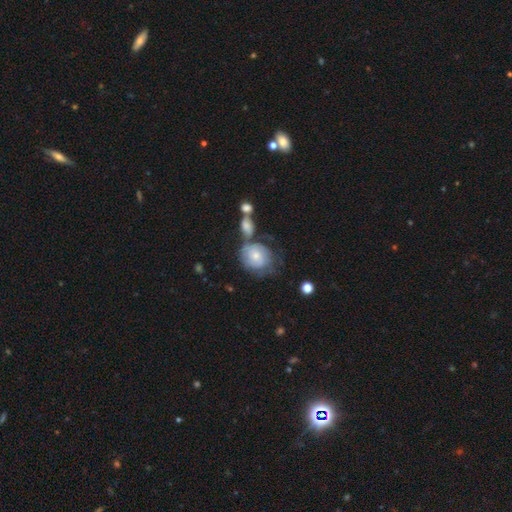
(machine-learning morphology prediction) The model was most divided on "smooth or featured": featured or disk: 48%, smooth: 45%, star or artifact: 7%. Remaining: merging — none (39%).